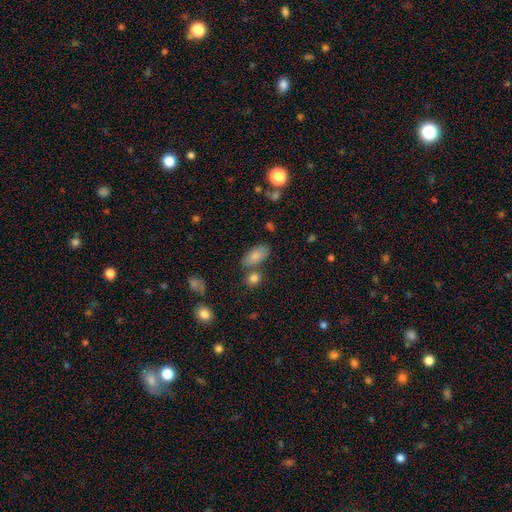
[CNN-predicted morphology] smooth-or-featured: smooth: 82% | featured or disk: 10% | star or artifact: 8%
  how-rounded: in between: 90% | cigar-shaped: 6% | round: 4%
  merging: none: 67% | merger: 15% | minor disturbance: 14% | major disturbance: 4%